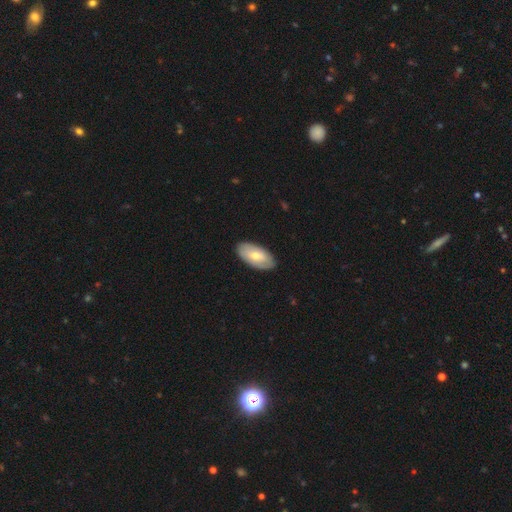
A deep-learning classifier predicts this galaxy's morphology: Smooth or featured? smooth (59%)
How rounded? in between (94%)
Merging? none (86%)